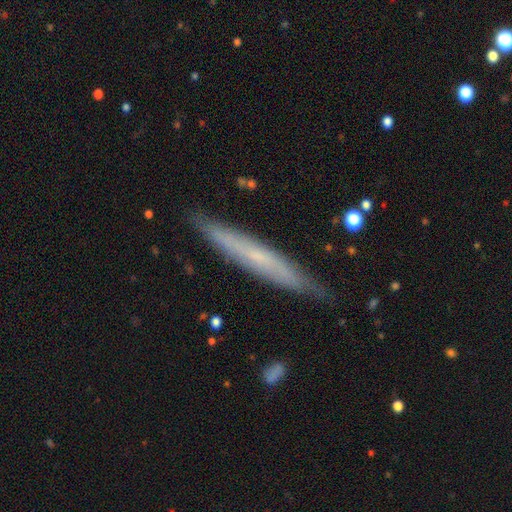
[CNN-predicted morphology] Overall: featured or disk (54%; smooth 39%). Edge-on disk: yes (86%). Merging: none (84%).